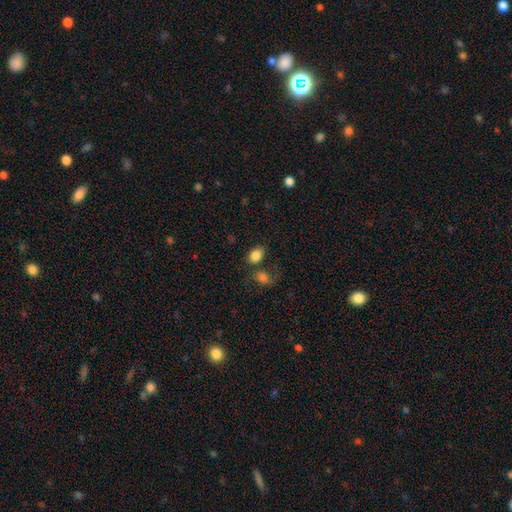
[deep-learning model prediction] A smooth galaxy with no disk features (83%) that is in between round and cigar-shaped (79%). Merging: none (56%).